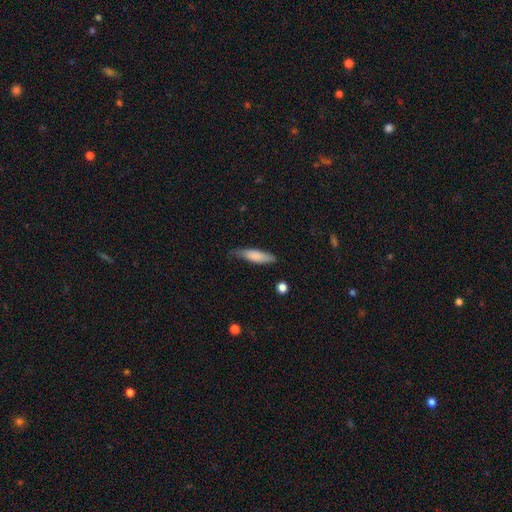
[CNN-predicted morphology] Smooth or featured? Predicted: smooth (p=0.79). How rounded? Predicted: cigar-shaped (p=0.58). Merging? Predicted: none (p=0.63).